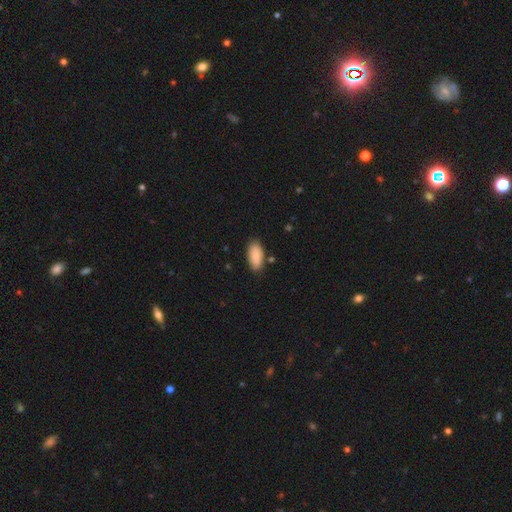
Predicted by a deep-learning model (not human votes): Smooth or featured? smooth (87%)
How rounded? in between (91%)
Merging? none (83%)